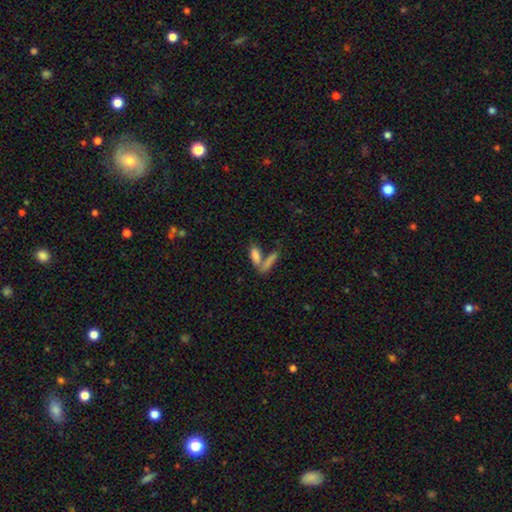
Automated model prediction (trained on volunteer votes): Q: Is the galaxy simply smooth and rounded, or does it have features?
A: smooth — 79%.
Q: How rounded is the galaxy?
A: in between — 57%.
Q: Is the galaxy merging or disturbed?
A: merger — 48%.